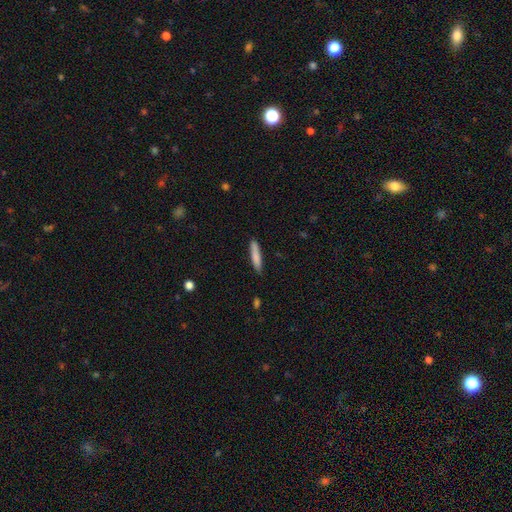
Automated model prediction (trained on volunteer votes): Smooth or featured: smooth — 82% (featured or disk — 12%)
How rounded: cigar-shaped — 89% (in between — 10%)
Merging: none — 86% (minor disturbance — 11%)